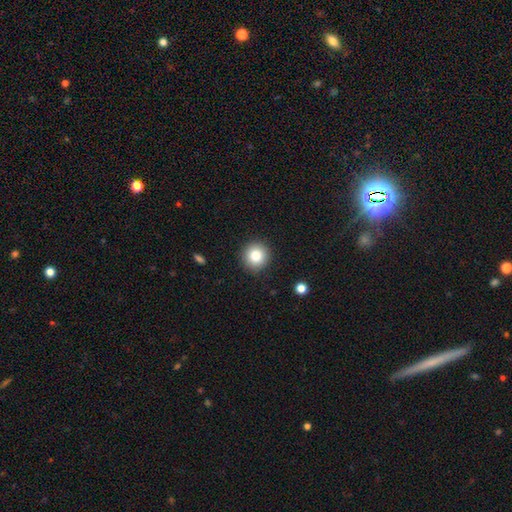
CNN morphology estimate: Smooth or featured?
  - smooth: 84% *
  - star or artifact: 10%
  - featured or disk: 6%
How rounded?
  - round: 94% *
  - in between: 5%
  - cigar-shaped: 1%
Merging?
  - none: 91% *
  - minor disturbance: 6%
  - major disturbance: 2%
  - merger: 1%